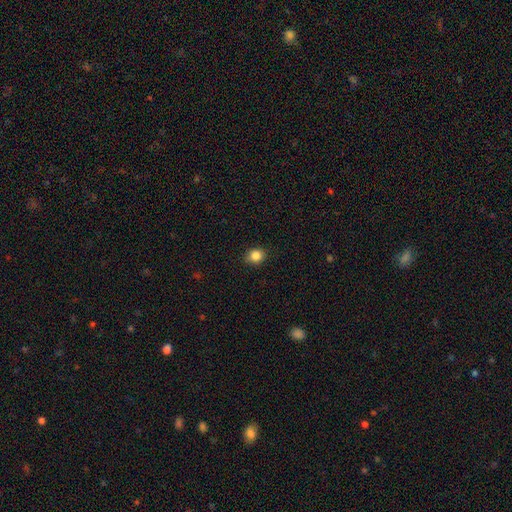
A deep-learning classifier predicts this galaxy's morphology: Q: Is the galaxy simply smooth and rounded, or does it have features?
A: smooth — 85%.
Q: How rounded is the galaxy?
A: round — 69%.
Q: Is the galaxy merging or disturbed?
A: none — 89%.